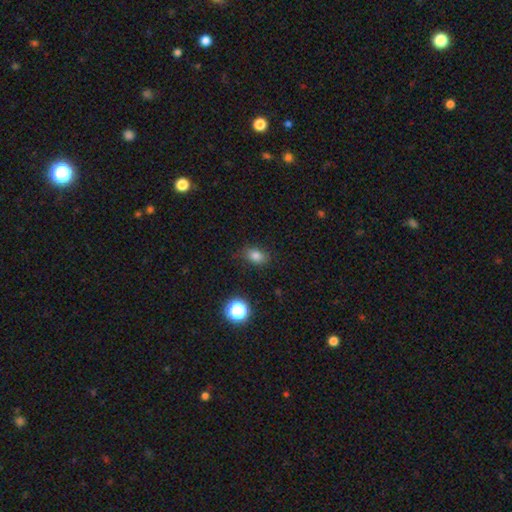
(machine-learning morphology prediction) The model was most divided on "how rounded": in between: 75%, round: 24%, cigar-shaped: 2%. More confident: smooth or featured — smooth (80%); merging — none (79%).